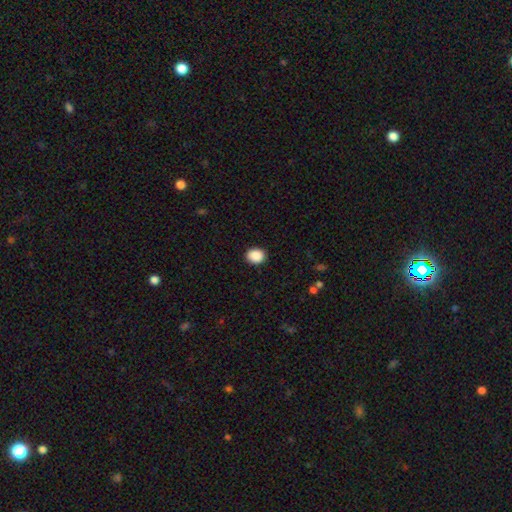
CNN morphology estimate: The model was most divided on "how rounded": in between: 50%, round: 49%, cigar-shaped: 1%. More confident: merging — none (90%); smooth or featured — smooth (90%).